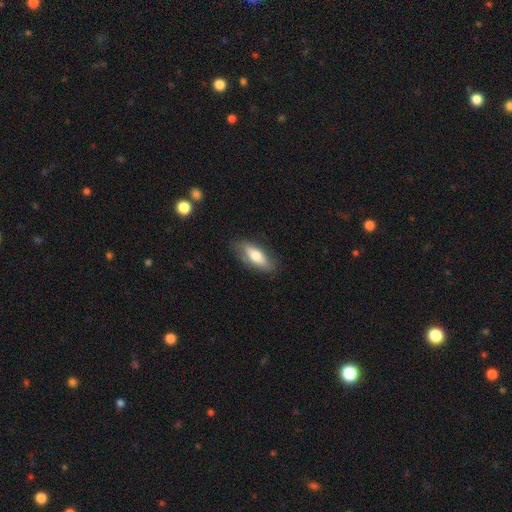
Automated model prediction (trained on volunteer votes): smooth_or_featured: smooth (p=0.66) [alt: featured or disk p=0.28]
how_rounded: in between (p=0.70) [alt: cigar-shaped p=0.28]
merging: none (p=0.78) [alt: minor disturbance p=0.16]